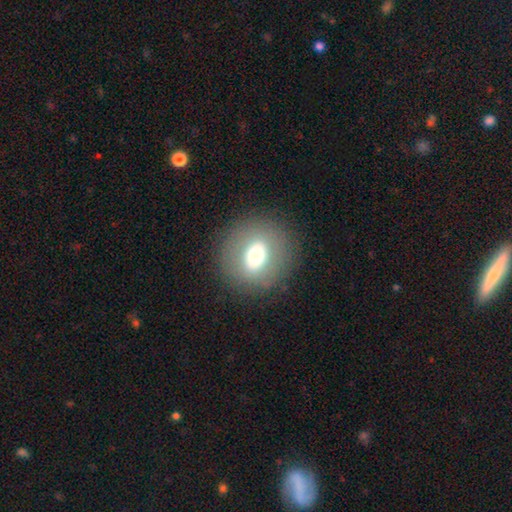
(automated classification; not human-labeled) The model was most divided on "smooth or featured": smooth: 57%, featured or disk: 32%, star or artifact: 12%. More confident: merging — none (86%); how rounded — round (81%).